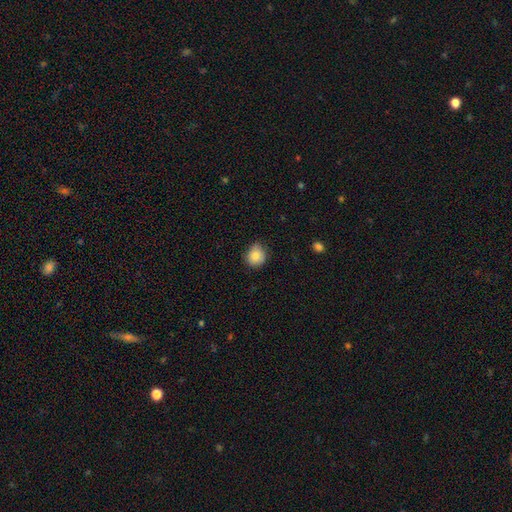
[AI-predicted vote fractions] smooth_or_featured: smooth (p=0.84) [alt: star or artifact p=0.09]
how_rounded: round (p=0.80) [alt: in between p=0.19]
merging: none (p=0.69) [alt: minor disturbance p=0.26]